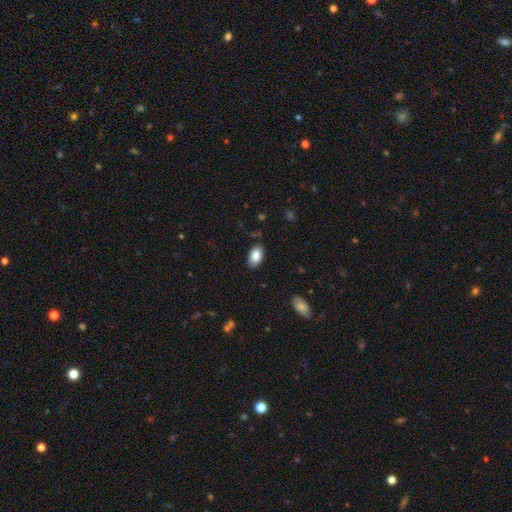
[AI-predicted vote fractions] This is clearly a smooth galaxy (87%). How rounded: clearly in between (94%). Merging: clearly none (85%).